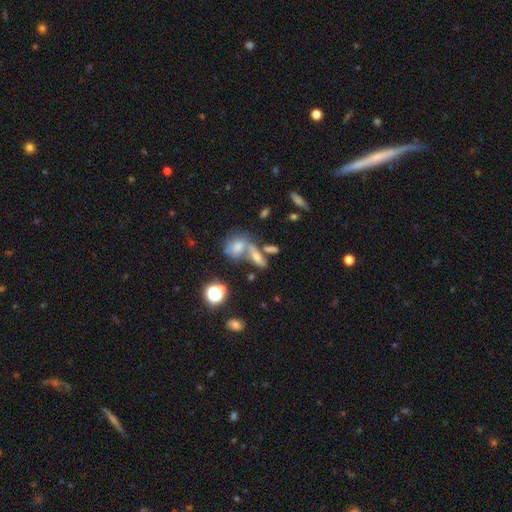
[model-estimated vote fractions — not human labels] smooth-or-featured: smooth: 50% | featured or disk: 25% | star or artifact: 25%
  merging: none: 42% | merger: 40% | minor disturbance: 11% | major disturbance: 7%